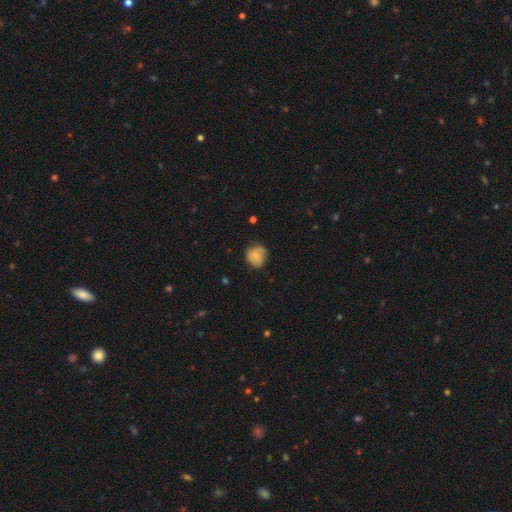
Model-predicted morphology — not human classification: smooth-or-featured: smooth: 76% | featured or disk: 15% | star or artifact: 9%
  how-rounded: round: 79% | in between: 20% | cigar-shaped: 1%
  merging: none: 64% | minor disturbance: 29% | major disturbance: 6% | merger: 1%